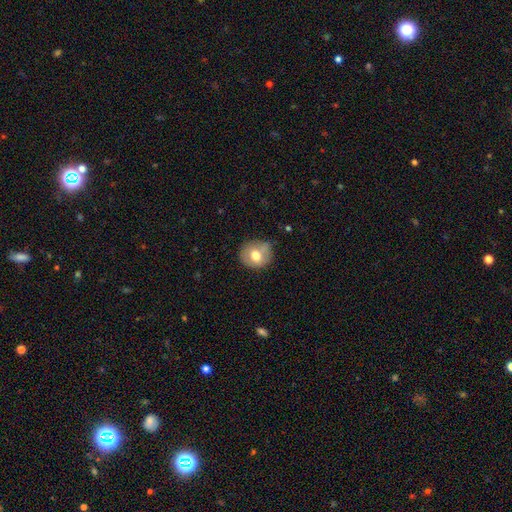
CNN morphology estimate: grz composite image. It shows a smooth galaxy with no disk features (69%) that is round (82%). Merging: none (69%).